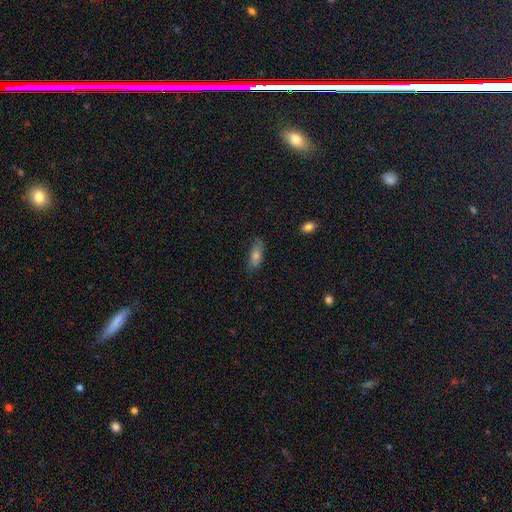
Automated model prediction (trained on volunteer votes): This appears to be a smooth galaxy with no disk features (65%) that is in between round and cigar-shaped (64%). Merging: none (77%).